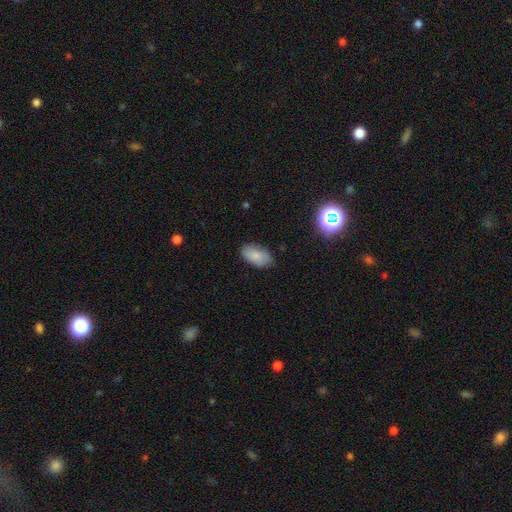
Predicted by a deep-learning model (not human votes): smooth-or-featured: smooth: 82% | featured or disk: 10% | star or artifact: 8%
  how-rounded: in between: 93% | round: 5% | cigar-shaped: 2%
  merging: none: 82% | minor disturbance: 14% | major disturbance: 3% | merger: 1%